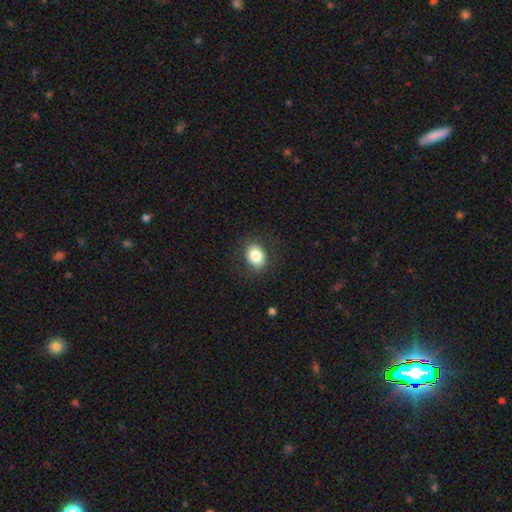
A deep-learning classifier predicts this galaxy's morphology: A smooth galaxy with no disk features (83%) that is in between round and cigar-shaped (62%).

Vote fractions:
- Smooth or featured? smooth: 83% / star or artifact: 9% / featured or disk: 8%
- How rounded? in between: 62% / round: 37% / cigar-shaped: 1%
- Merging? none: 85% / minor disturbance: 10% / major disturbance: 4% / merger: 1%